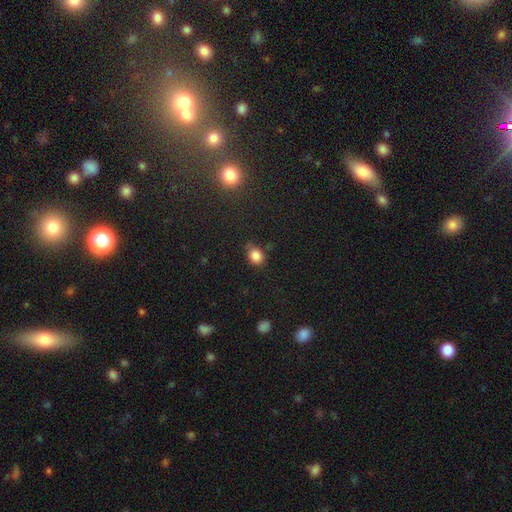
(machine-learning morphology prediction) A smooth galaxy with no disk features (84%) that is round (50%). Merging: none (71%).